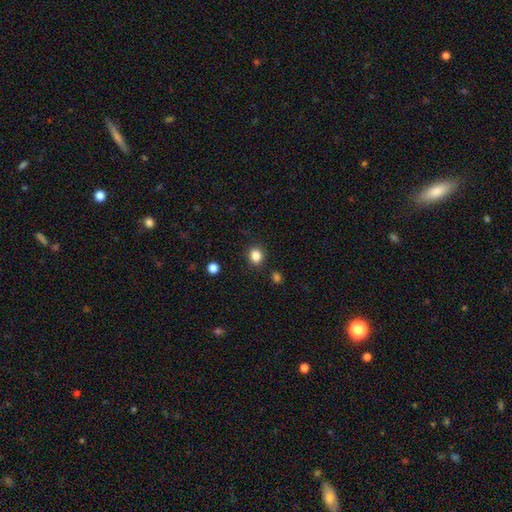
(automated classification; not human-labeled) smooth_or_featured: smooth (p=0.85) [alt: star or artifact p=0.11]
how_rounded: round (p=0.78) [alt: in between p=0.21]
merging: none (p=0.88) [alt: minor disturbance p=0.07]